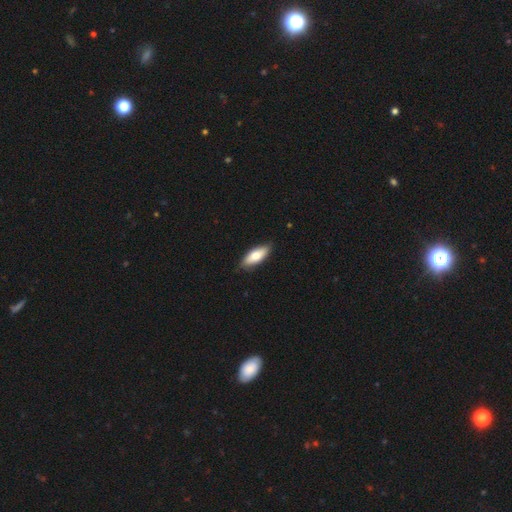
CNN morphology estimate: Overall: smooth (74%). How rounded: in between (75%). Merging: none (84%).